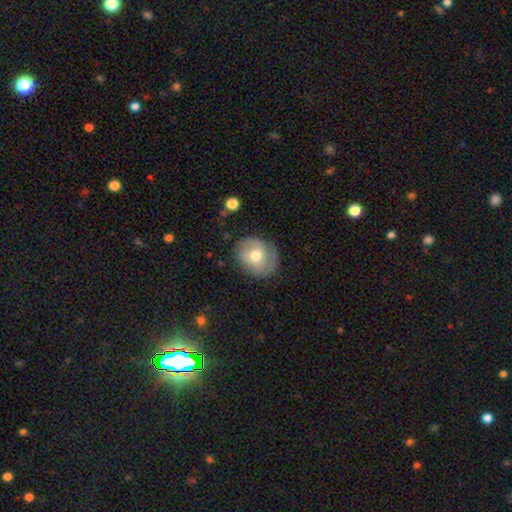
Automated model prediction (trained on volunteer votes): A smooth galaxy with no disk features (50%) that is round (62%).

Vote fractions:
- Smooth or featured? smooth: 50% / featured or disk: 42% / star or artifact: 8%
- How rounded? round: 62% / in between: 37% / cigar-shaped: 1%
- Merging? none: 72% / minor disturbance: 20% / major disturbance: 7% / merger: 2%